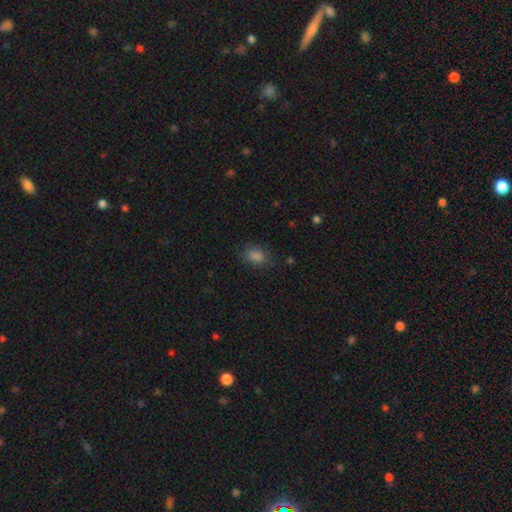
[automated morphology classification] Smooth or featured: smooth — 81% (star or artifact — 14%)
How rounded: in between — 76% (round — 23%)
Merging: none — 77% (minor disturbance — 16%)